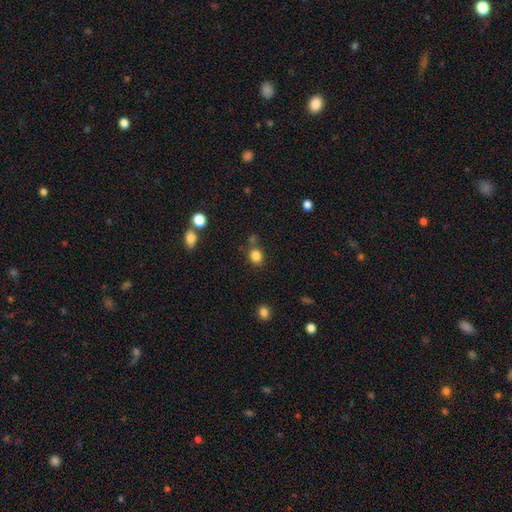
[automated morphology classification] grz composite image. It shows a smooth galaxy with no disk features (83%) that is round (64%). Merging: none (69%).